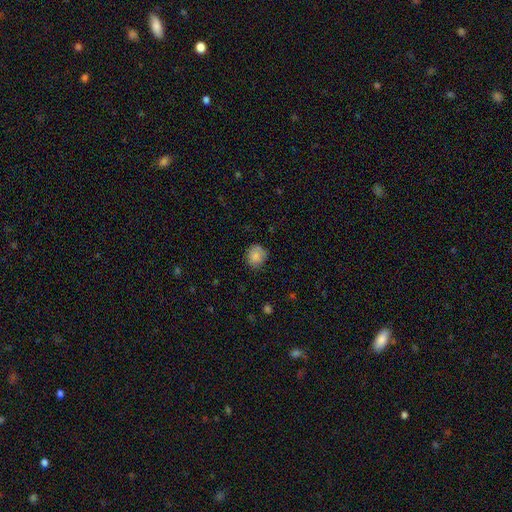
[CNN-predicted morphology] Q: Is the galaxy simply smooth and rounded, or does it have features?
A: smooth — 85%.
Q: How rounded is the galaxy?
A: round — 82%.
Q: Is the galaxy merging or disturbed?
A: none — 77%.